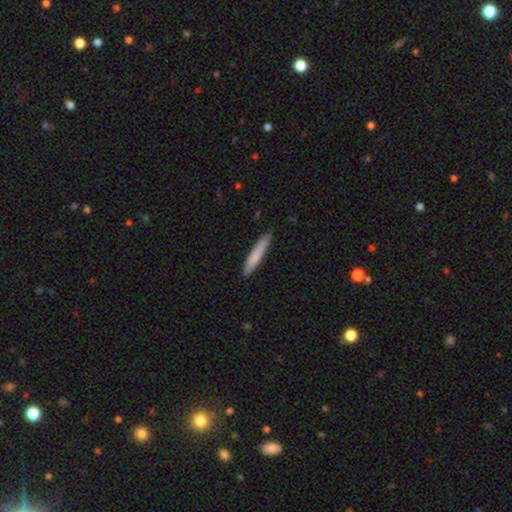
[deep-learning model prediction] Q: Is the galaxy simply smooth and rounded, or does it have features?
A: smooth — 77%.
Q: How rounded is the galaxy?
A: cigar-shaped — 94%.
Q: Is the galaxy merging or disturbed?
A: none — 85%.